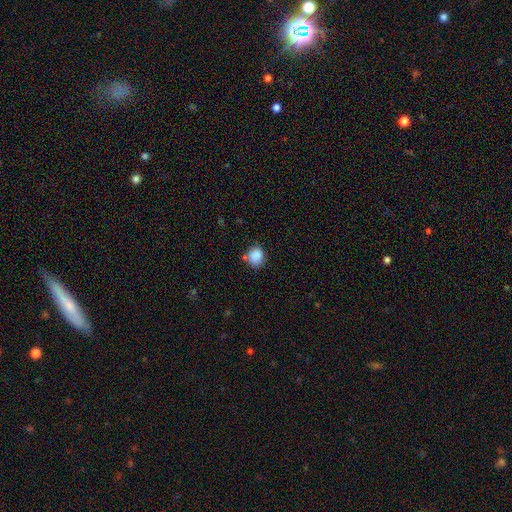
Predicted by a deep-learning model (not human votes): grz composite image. It shows a smooth galaxy with no disk features (87%) that is round (74%). Merging: none (66%).